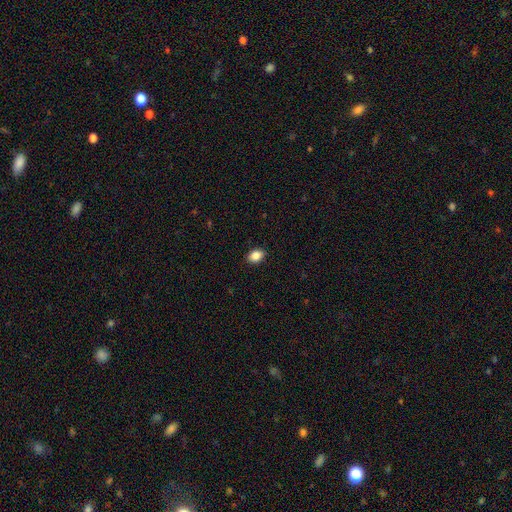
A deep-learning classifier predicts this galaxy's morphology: This is clearly a smooth galaxy (87%). How rounded: likely in between (76%). Merging: clearly none (89%).